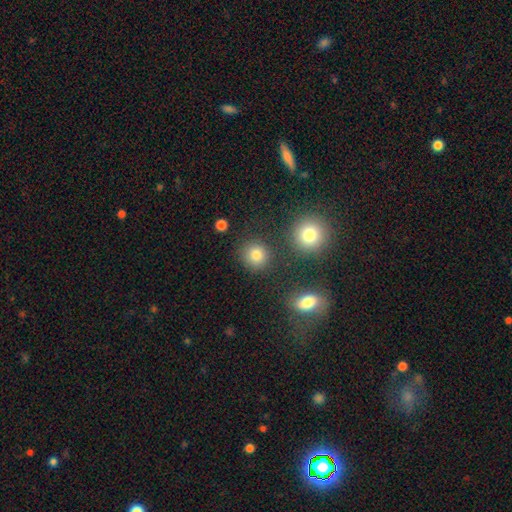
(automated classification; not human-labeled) This appears to be a smooth galaxy with no disk features (83%) that is round (89%). Merging: none (84%).